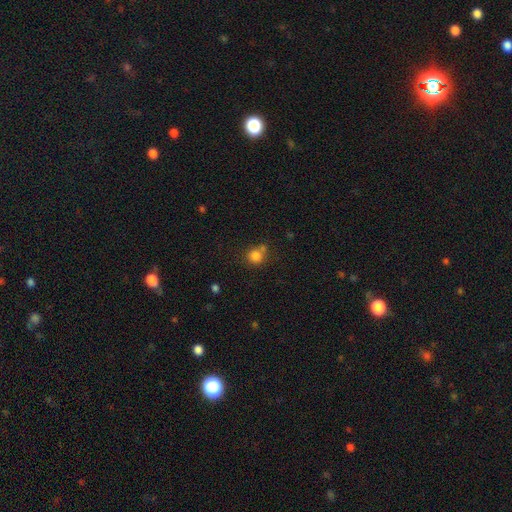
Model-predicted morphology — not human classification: Smooth or featured? smooth (81%)
How rounded? round (87%)
Merging? none (63%)